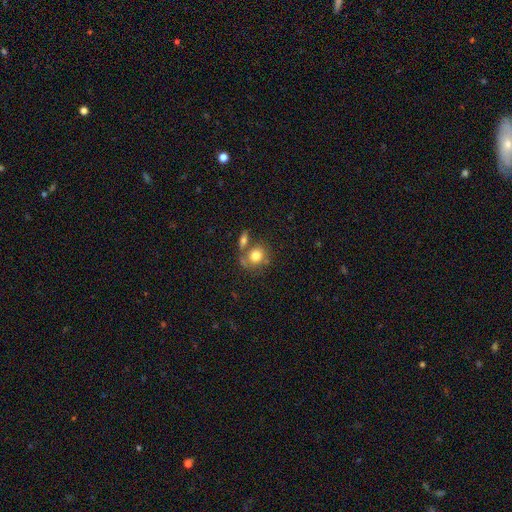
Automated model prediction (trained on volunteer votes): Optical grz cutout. It shows a smooth galaxy with no disk features (76%) that is round (71%). Merging: none (50%).